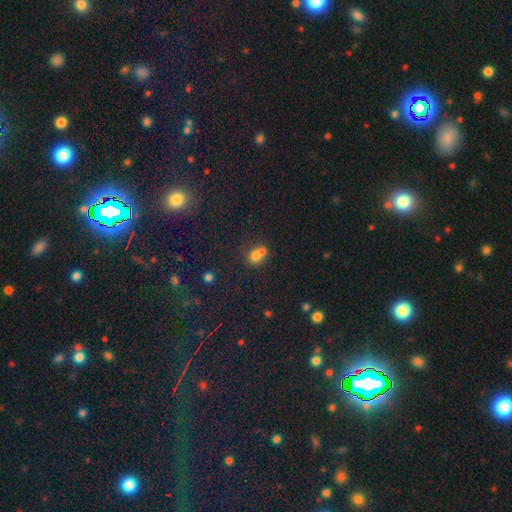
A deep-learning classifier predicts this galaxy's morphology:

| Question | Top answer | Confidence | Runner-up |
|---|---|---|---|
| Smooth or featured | smooth | 70% | featured or disk (15%) |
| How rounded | round | 72% | in between (27%) |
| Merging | merger | 63% | none (28%) |